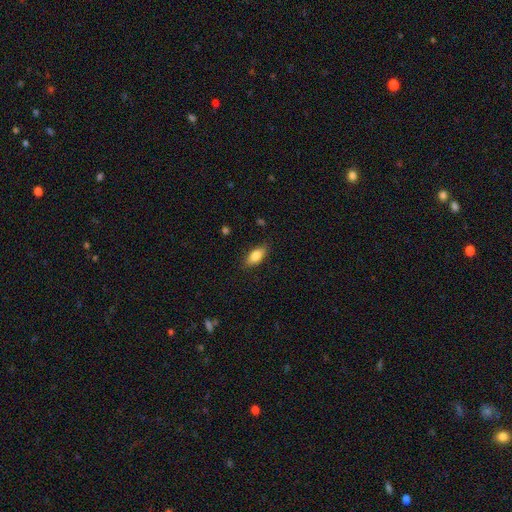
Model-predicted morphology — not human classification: The model was most divided on "merging": none: 85%, minor disturbance: 12%, major disturbance: 3%, merger: 1%. More confident: how rounded — in between (85%); smooth or featured — smooth (83%).